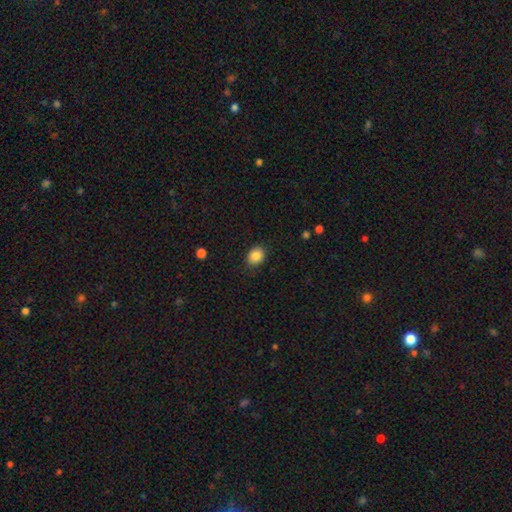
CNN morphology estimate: This is clearly a smooth galaxy (87%). How rounded: possibly in between (53%). Merging: clearly none (85%).